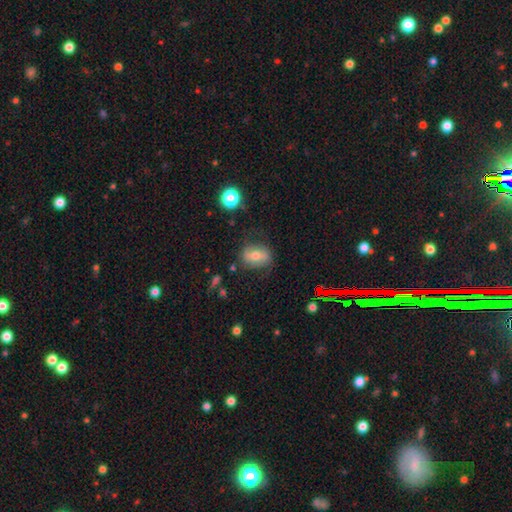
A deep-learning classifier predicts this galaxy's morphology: type=smooth (47%); merging=none (70%).